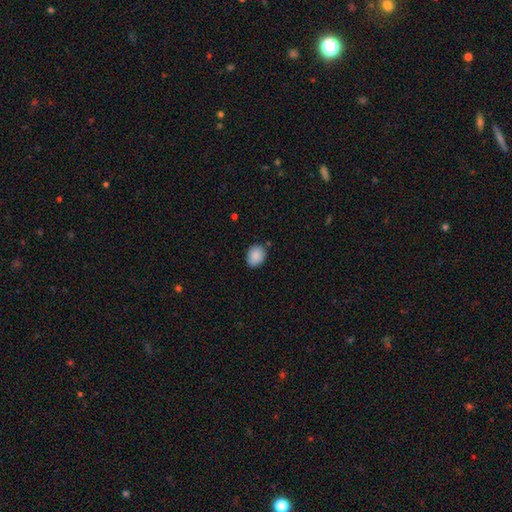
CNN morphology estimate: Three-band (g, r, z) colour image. It shows a smooth galaxy with no disk features (88%) that is round (53%). Merging: none (80%).